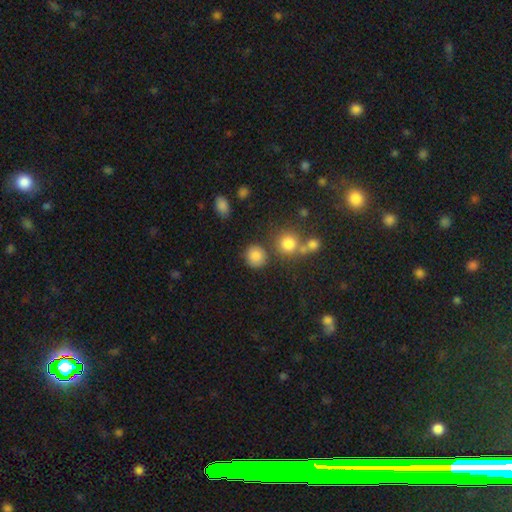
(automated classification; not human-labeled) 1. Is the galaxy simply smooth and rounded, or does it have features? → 83% smooth, 12% star or artifact, 6% featured or disk.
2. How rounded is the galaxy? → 88% round, 11% in between, 1% cigar-shaped.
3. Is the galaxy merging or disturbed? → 76% none, 11% minor disturbance, 9% merger, 4% major disturbance.